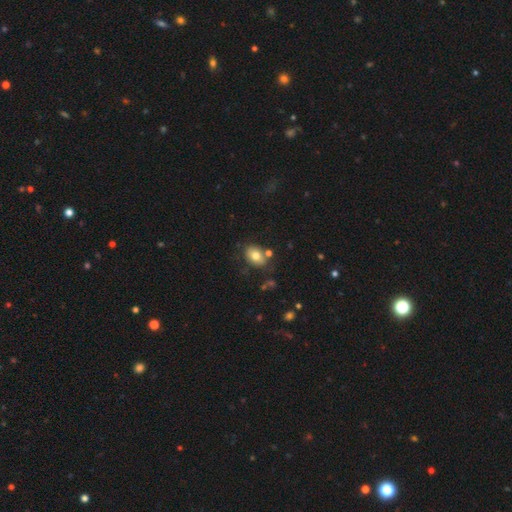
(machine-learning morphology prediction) type=smooth (78%); roundness=in between (75%); merging=none (71%).